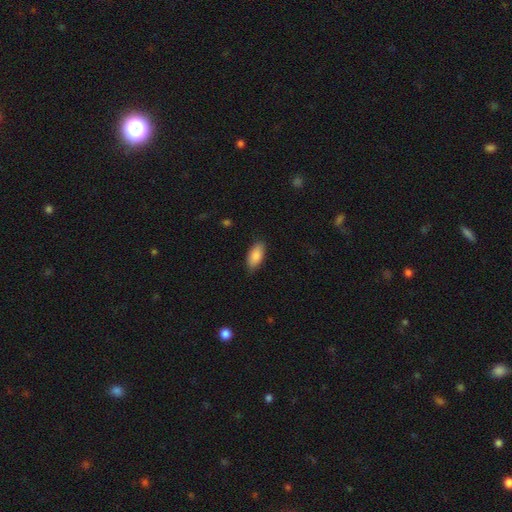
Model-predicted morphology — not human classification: Smooth or featured? Predicted: smooth (p=0.87). How rounded? Predicted: in between (p=0.89). Merging? Predicted: none (p=0.84).